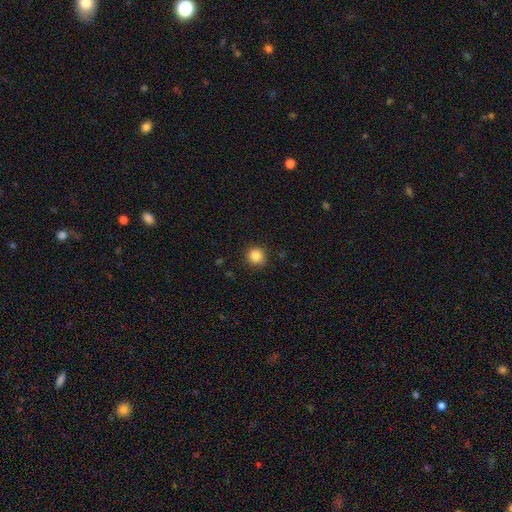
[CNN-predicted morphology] Smooth or featured? Predicted: smooth (p=0.85). How rounded? Predicted: round (p=0.92). Merging? Predicted: none (p=0.88).